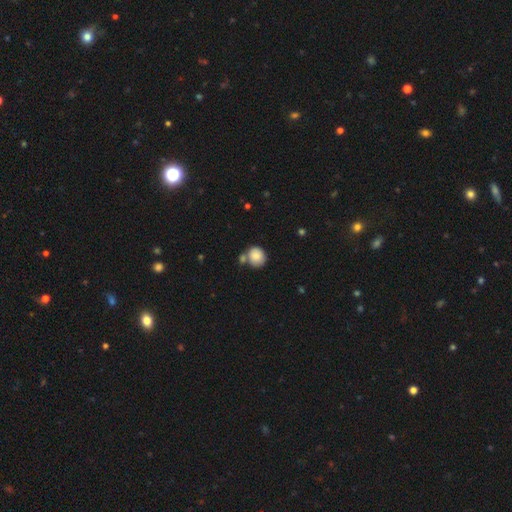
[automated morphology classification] Smooth or featured? smooth (85%)
How rounded? round (84%)
Merging? none (55%)